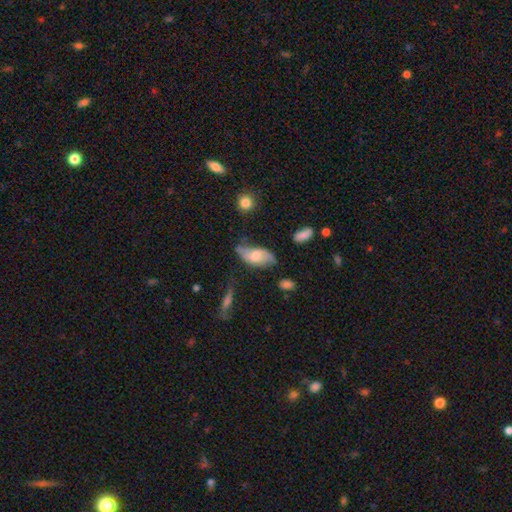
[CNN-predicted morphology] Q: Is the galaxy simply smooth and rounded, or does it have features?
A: smooth — 48%.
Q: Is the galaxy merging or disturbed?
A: none — 49%.